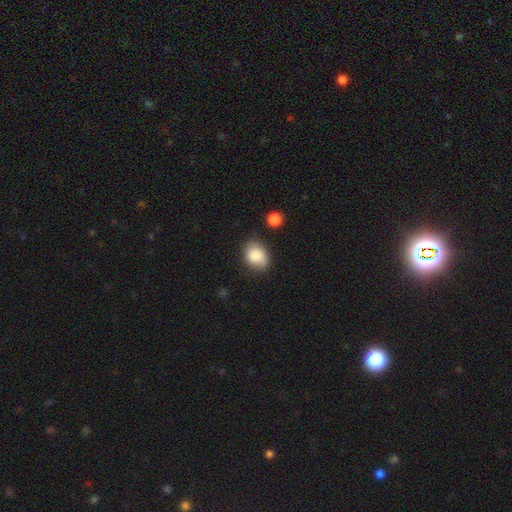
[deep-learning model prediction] smooth 85%, star or artifact 8%, featured or disk 7%. Down the decision tree: how rounded — in between (65%); merging — none (71%).